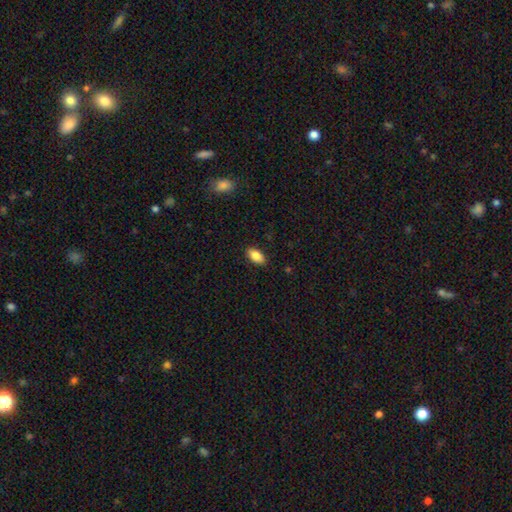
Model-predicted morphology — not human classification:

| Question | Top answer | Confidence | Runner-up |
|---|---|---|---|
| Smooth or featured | smooth | 84% | featured or disk (9%) |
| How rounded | in between | 91% | cigar-shaped (5%) |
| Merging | none | 88% | minor disturbance (9%) |